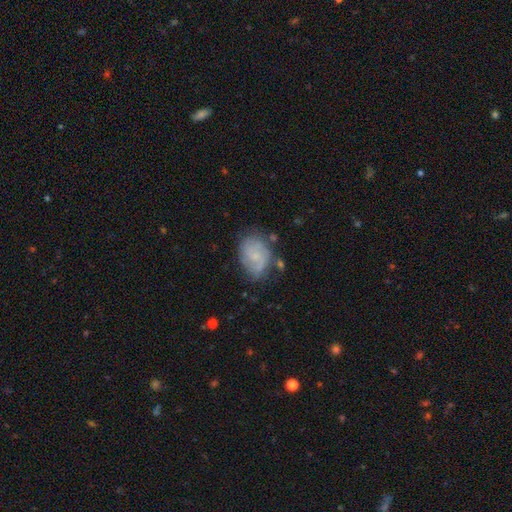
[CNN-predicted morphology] Smooth or featured: featured or disk — 56% (smooth — 36%)
Edge-on disk: no — 97% (yes — 3%)
Bar: no — 59% (weak — 35%)
Spiral arms: yes — 80% (no — 20%)
Bulge size: small — 60% (none — 19%)
Merging: none — 60% (minor disturbance — 25%)